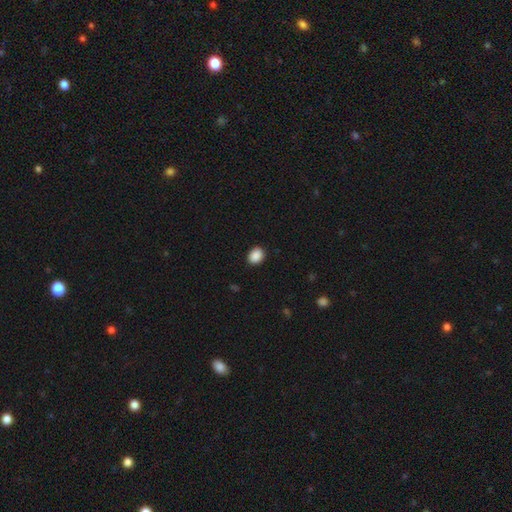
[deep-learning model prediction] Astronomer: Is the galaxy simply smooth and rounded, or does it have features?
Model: smooth — 90%.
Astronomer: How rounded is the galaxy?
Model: in between — 53% (runner-up: round, 46%).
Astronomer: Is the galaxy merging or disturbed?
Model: none — 90%.